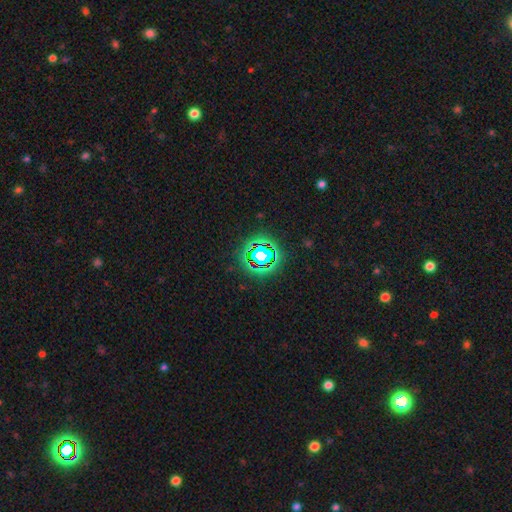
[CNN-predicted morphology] type=star or artifact (80%).